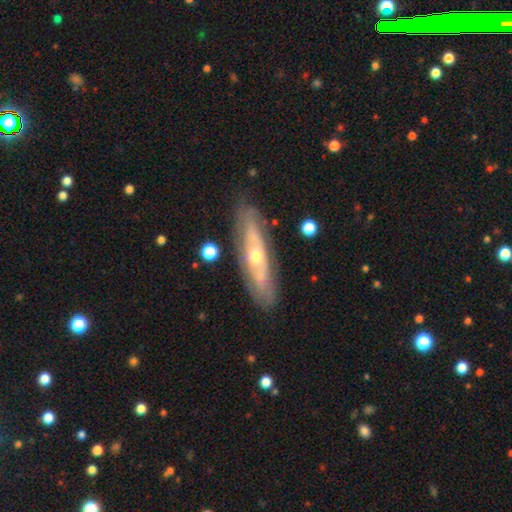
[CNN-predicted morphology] This appears to be a featured or disk galaxy (70%). Merging: none (78%).